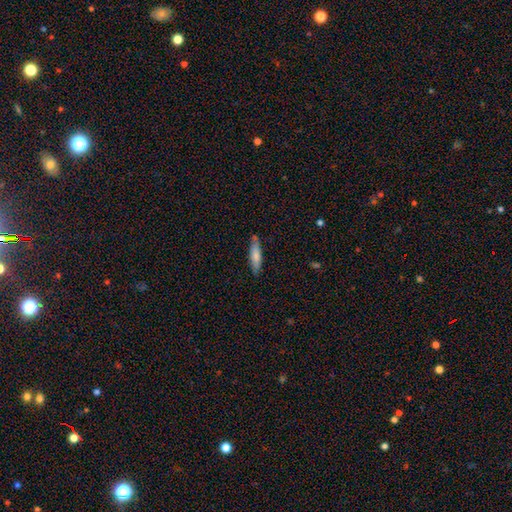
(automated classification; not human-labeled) smooth 73%, featured or disk 21%, star or artifact 6%. Down the decision tree: how rounded — cigar-shaped (75%); merging — none (81%).